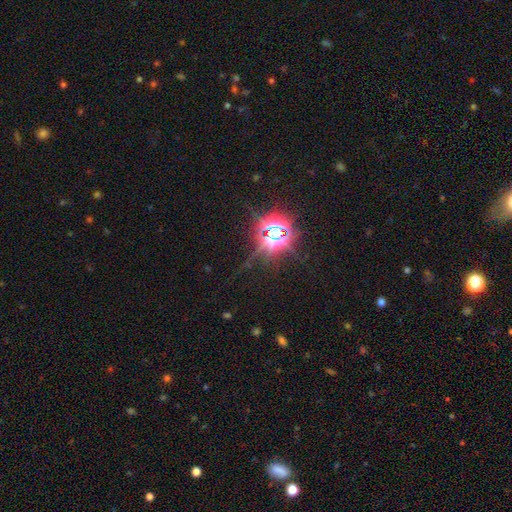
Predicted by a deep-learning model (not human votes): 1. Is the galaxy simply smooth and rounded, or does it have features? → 83% star or artifact, 10% smooth, 7% featured or disk.